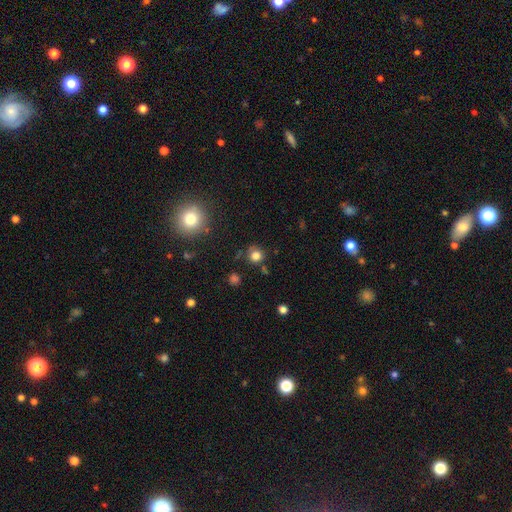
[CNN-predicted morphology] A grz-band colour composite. It shows a smooth galaxy with no disk features (78%) that is round (89%). Merging: none (77%).